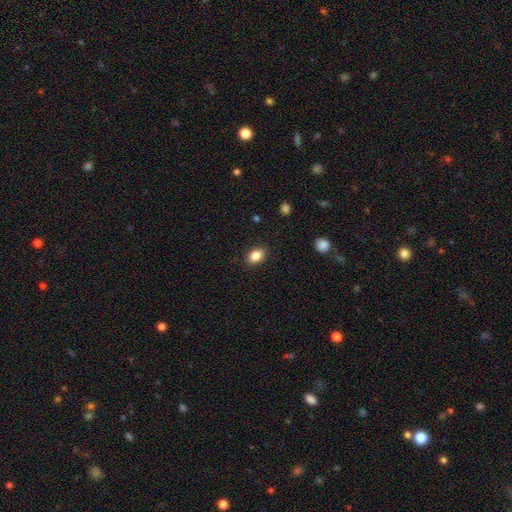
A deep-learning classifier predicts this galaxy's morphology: Smooth or featured? Predicted: smooth (p=0.85). How rounded? Predicted: in between (p=0.80). Merging? Predicted: none (p=0.88).